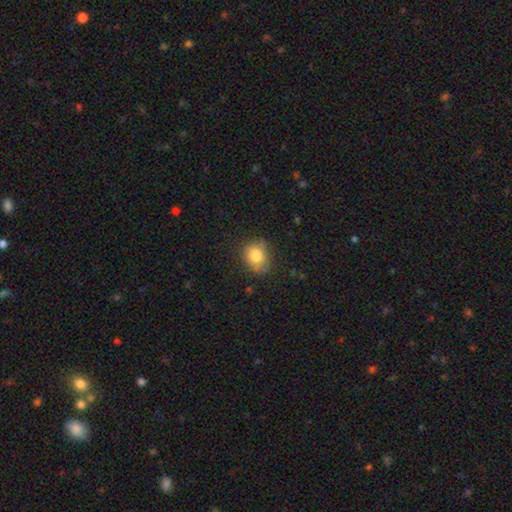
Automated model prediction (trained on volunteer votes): A smooth galaxy with no disk features (80%) that is round (67%). Merging: none (72%).